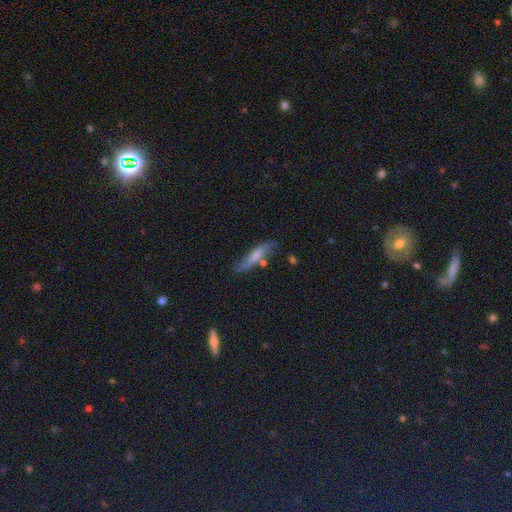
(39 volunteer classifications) A featured or disk galaxy (54%) viewed edge-on (62%) with a rounded central bulge (69%).

Vote fractions:
- Smooth or featured? featured or disk: 54% / smooth: 38% / star or artifact: 8%
- Edge-on disk? yes: 62% / no: 38%
- Edge-on bulge? rounded: 69% / none: 23% / boxy: 8%
- Merging? none: 72% / minor disturbance: 17% / merger: 8% / major disturbance: 3%